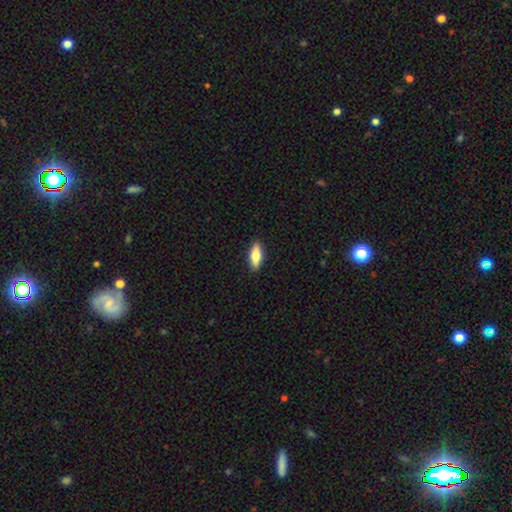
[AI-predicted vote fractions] This is likely a smooth galaxy (69%). How rounded: likely in between (69%). Merging: clearly none (90%).